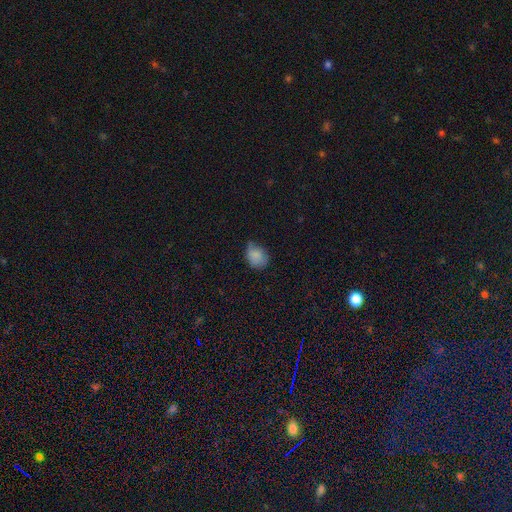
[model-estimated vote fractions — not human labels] Q: Smooth or featured?
A: smooth (80%); runner-up: featured or disk (11%)
Q: How rounded?
A: in between (57%); runner-up: round (42%)
Q: Merging?
A: none (47%); runner-up: minor disturbance (41%)